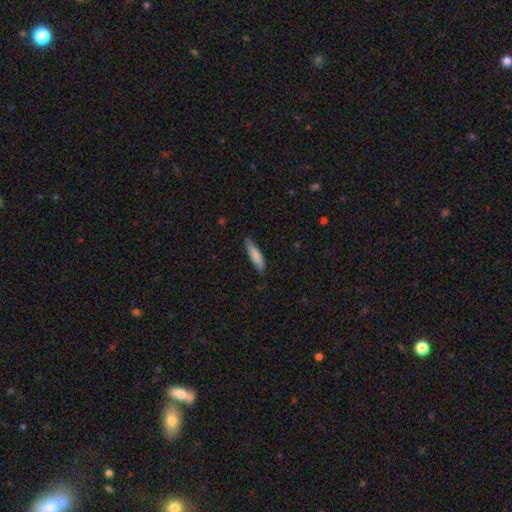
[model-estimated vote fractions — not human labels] A smooth galaxy with no disk features (82%) that is cigar-shaped (73%).

Vote fractions:
- Smooth or featured? smooth: 82% / featured or disk: 13% / star or artifact: 6%
- How rounded? cigar-shaped: 73% / in between: 26% / round: 1%
- Merging? none: 80% / minor disturbance: 17% / major disturbance: 2% / merger: 1%